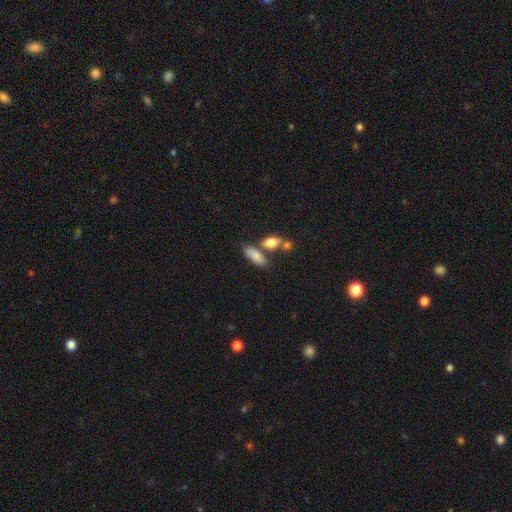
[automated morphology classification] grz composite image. It shows a smooth galaxy with no disk features (82%) that is in between round and cigar-shaped (77%). Merging: none (58%).